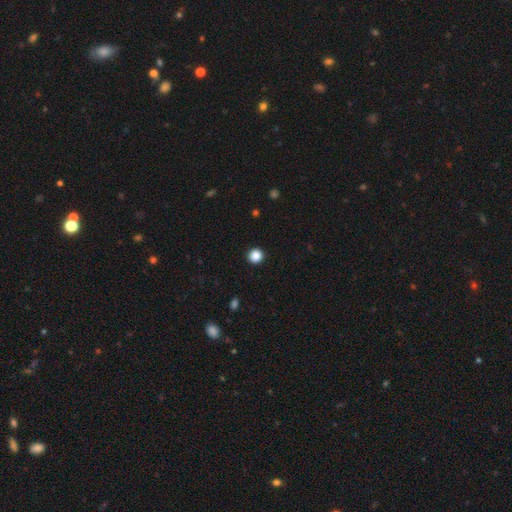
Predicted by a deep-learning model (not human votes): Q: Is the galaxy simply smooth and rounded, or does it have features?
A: smooth — 87%.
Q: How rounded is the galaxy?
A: round — 94%.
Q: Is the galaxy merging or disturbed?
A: none — 93%.